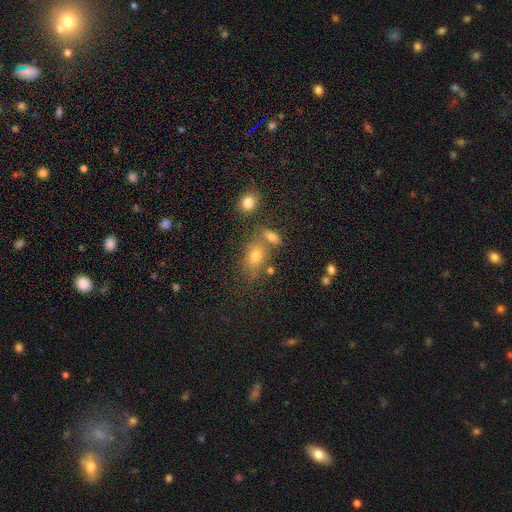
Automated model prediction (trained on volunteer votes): Smooth or featured? smooth (69%)
How rounded? in between (71%)
Merging? none (57%)